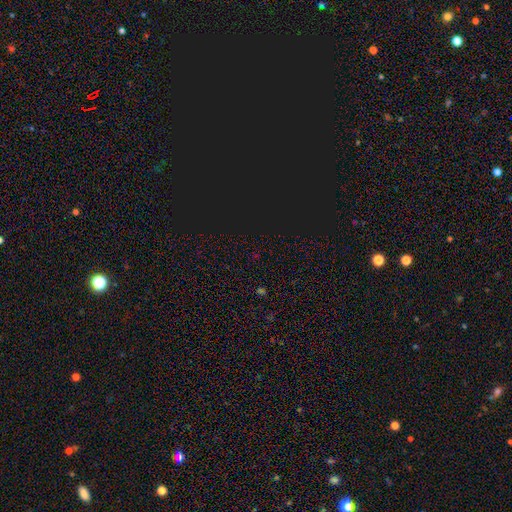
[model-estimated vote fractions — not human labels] The model was most divided on "smooth or featured": star or artifact: 75%, smooth: 19%, featured or disk: 6%.